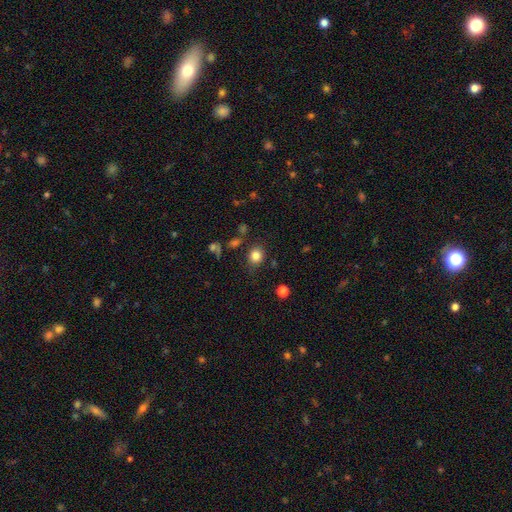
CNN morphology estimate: Smooth or featured? smooth (82%)
How rounded? round (66%)
Merging? none (81%)